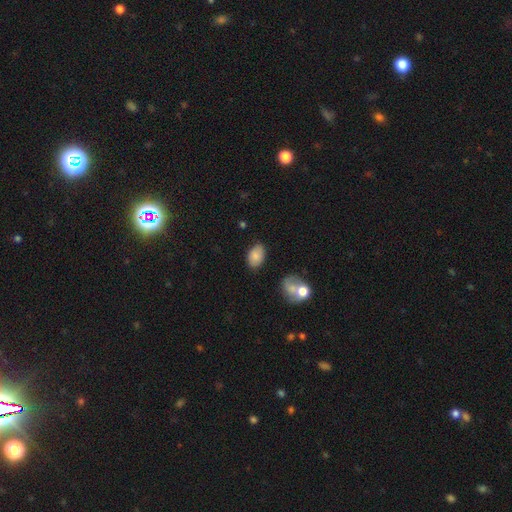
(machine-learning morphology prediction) This appears to be a smooth galaxy with no disk features (83%) that is in between round and cigar-shaped (89%). Merging: none (79%).